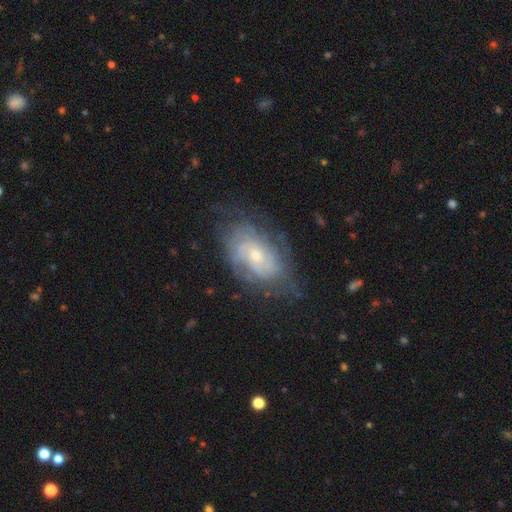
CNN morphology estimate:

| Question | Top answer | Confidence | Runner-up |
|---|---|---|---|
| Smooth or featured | featured or disk | 74% | smooth (19%) |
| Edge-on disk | no | 95% | yes (5%) |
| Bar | no | 71% | weak (25%) |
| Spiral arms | yes | 85% | no (15%) |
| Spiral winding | tight | 60% | medium (29%) |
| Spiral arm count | can't tell | 55% | 2 (21%) |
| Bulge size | small | 52% | moderate (42%) |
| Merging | none | 65% | minor disturbance (22%) |